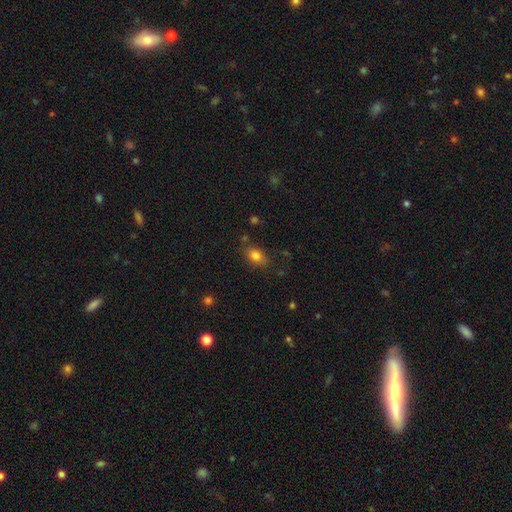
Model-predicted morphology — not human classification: The model was most divided on "how rounded": in between: 78%, round: 20%, cigar-shaped: 2%. More confident: smooth or featured — smooth (81%); merging — none (77%).